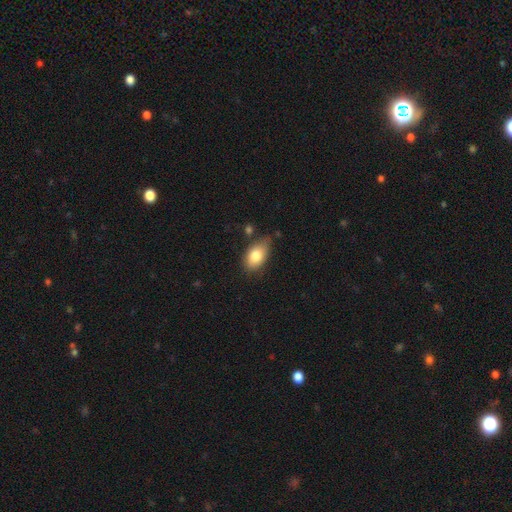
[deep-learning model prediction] smooth 81%, featured or disk 11%, star or artifact 7%. Down the decision tree: how rounded — in between (90%); merging — none (66%).